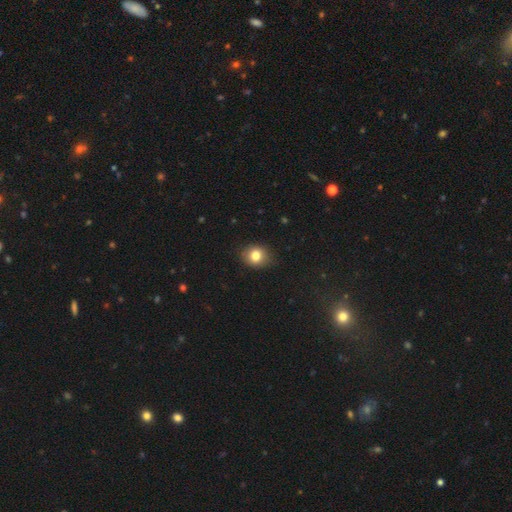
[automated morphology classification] Smooth or featured? smooth (80%)
How rounded? round (63%)
Merging? none (83%)